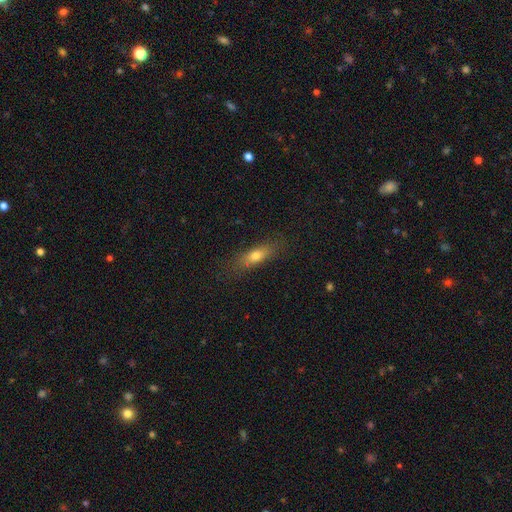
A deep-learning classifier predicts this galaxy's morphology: Smooth or featured?
  - smooth: 69% *
  - featured or disk: 21%
  - star or artifact: 10%
How rounded?
  - in between: 48% * (tied)
  - cigar-shaped: 48% * (tied)
  - round: 4%
Merging?
  - none: 78% *
  - minor disturbance: 16%
  - major disturbance: 5%
  - merger: 1%